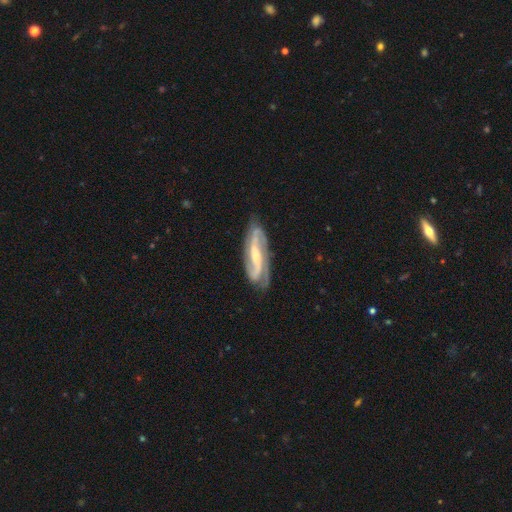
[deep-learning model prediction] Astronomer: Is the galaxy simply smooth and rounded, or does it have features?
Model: featured or disk — 88%.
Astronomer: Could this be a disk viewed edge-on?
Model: no — 90%.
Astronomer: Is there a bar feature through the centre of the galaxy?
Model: strong — 39% (runner-up: weak, 38%).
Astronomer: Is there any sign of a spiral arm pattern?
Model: yes — 97%.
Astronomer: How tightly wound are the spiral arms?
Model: medium — 49% (runner-up: tight, 32%).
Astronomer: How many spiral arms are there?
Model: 2 — 77%.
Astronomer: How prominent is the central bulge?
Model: small — 48% (runner-up: moderate, 42%).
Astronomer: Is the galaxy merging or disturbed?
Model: none — 78%.